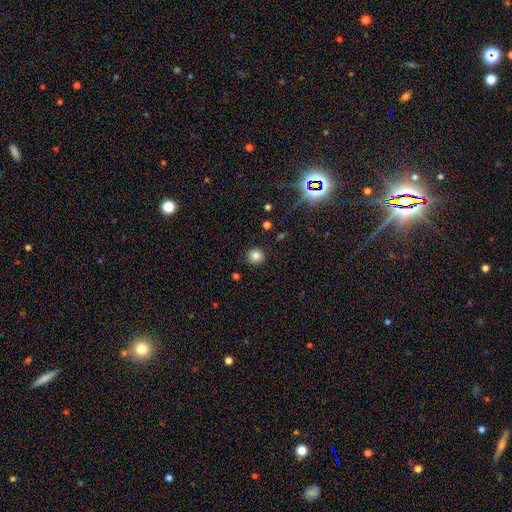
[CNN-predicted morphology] Smooth or featured? Predicted: smooth (p=0.83). How rounded? Predicted: round (p=0.93). Merging? Predicted: none (p=0.91).